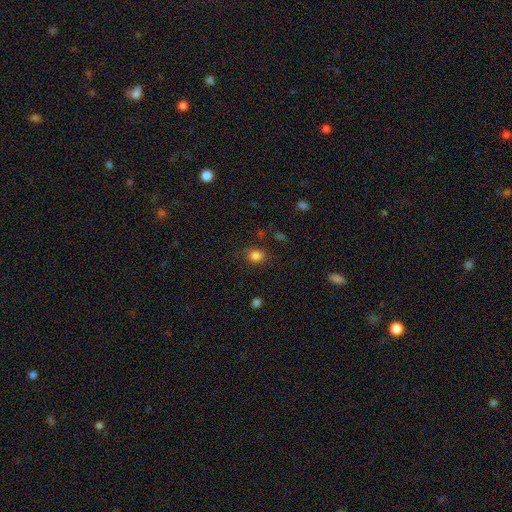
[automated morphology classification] type=smooth (82%); roundness=round (57%); merging=none (74%).